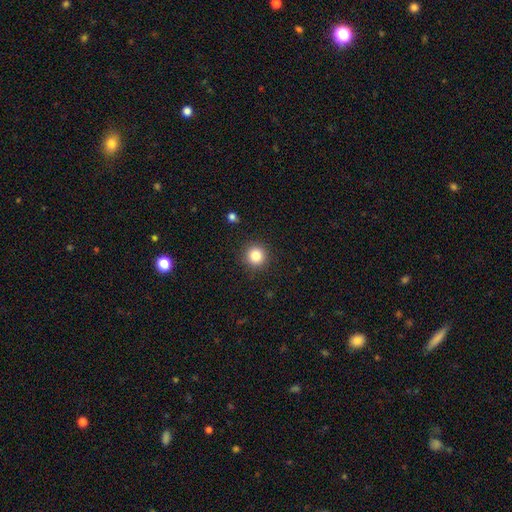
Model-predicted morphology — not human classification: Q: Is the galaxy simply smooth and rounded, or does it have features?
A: smooth — 84%.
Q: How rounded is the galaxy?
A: round — 94%.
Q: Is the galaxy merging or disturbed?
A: none — 91%.